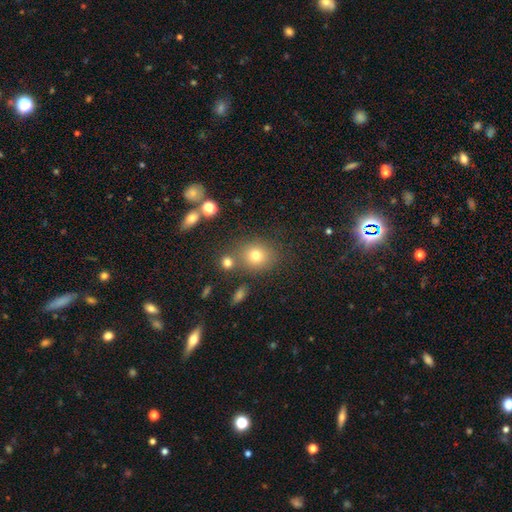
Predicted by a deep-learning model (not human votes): Smooth or featured? smooth (76%)
How rounded? round (73%)
Merging? none (72%)